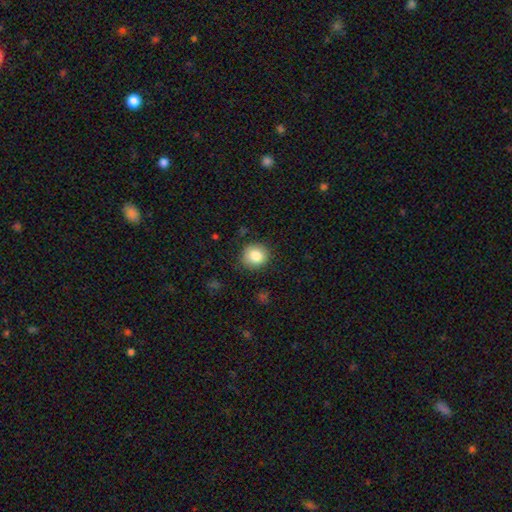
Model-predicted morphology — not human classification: type=smooth (85%); roundness=round (85%); merging=none (85%).